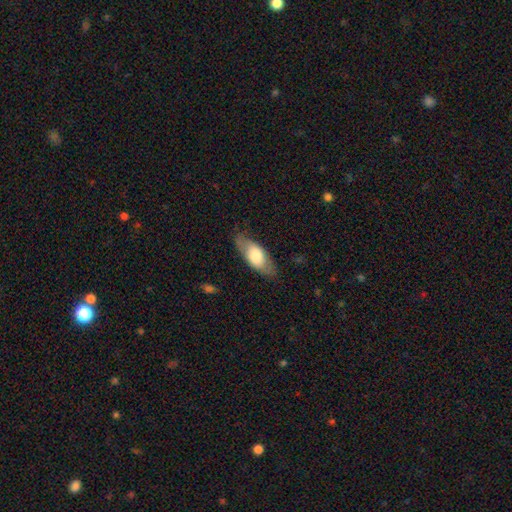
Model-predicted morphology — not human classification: This is likely a smooth galaxy (66%). How rounded: likely in between (79%). Merging: likely none (77%).